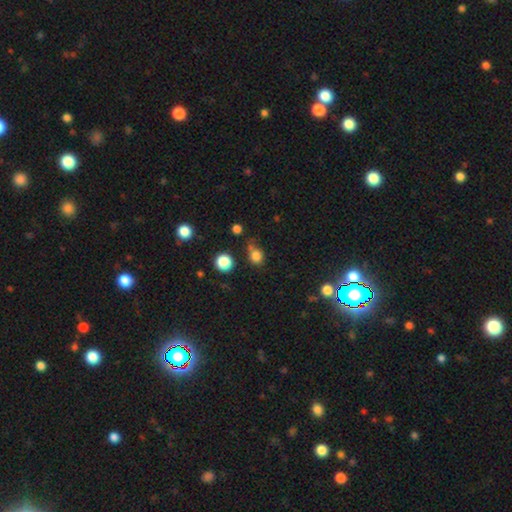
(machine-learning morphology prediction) This appears to be a smooth galaxy with no disk features (79%) that is round (75%). Merging: none (55%).